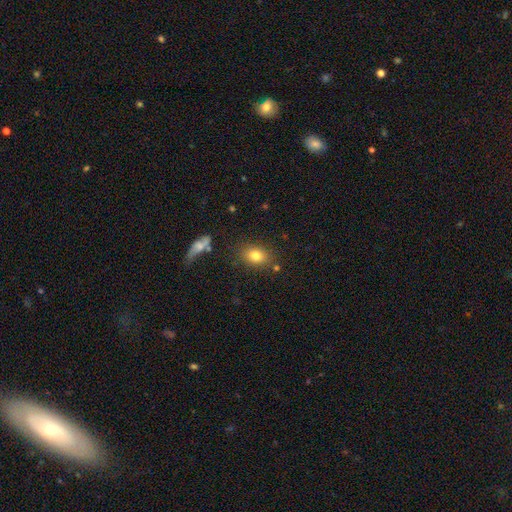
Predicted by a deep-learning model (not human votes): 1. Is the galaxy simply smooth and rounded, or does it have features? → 79% smooth, 11% star or artifact, 10% featured or disk.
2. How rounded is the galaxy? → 69% in between, 29% round, 2% cigar-shaped.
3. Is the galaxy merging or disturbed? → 80% none, 12% minor disturbance, 5% merger, 4% major disturbance.